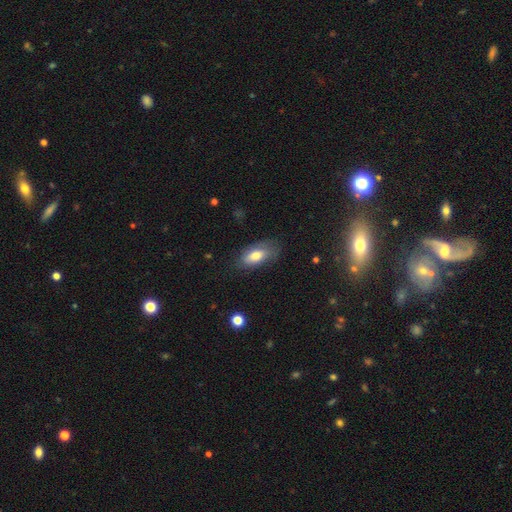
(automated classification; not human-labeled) The model was most divided on "merging": none: 69%, minor disturbance: 22%, major disturbance: 7%, merger: 1%. More confident: how rounded — in between (87%); smooth or featured — smooth (73%).